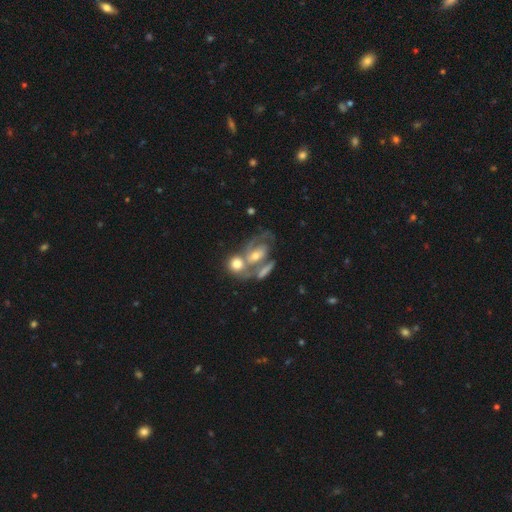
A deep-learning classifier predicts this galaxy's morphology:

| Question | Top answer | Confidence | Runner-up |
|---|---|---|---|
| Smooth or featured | featured or disk | 63% | smooth (29%) |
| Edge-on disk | no | 93% | yes (7%) |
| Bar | no | 54% | weak (29%) |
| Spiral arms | yes | 71% | no (29%) |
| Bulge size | moderate | 53% | small (35%) |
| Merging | merger | 50% | none (26%) |